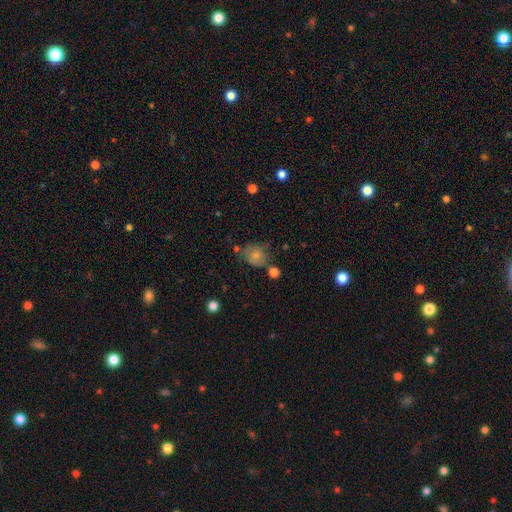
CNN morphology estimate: Smooth or featured? Predicted: smooth (p=0.76). How rounded? Predicted: round (p=0.72). Merging? Predicted: none (p=0.56).